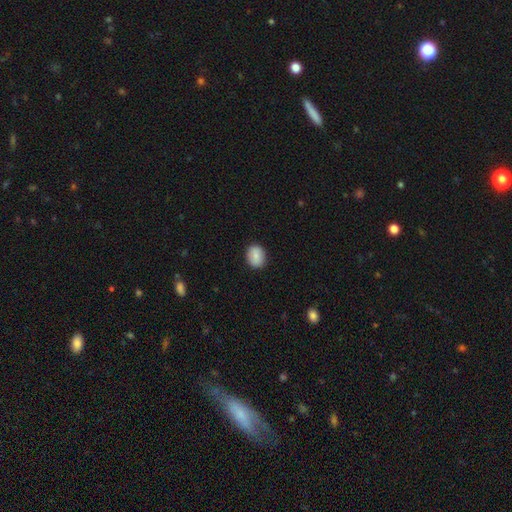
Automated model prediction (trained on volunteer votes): This appears to be a smooth galaxy with no disk features (83%) that is round (51%). Merging: none (88%).